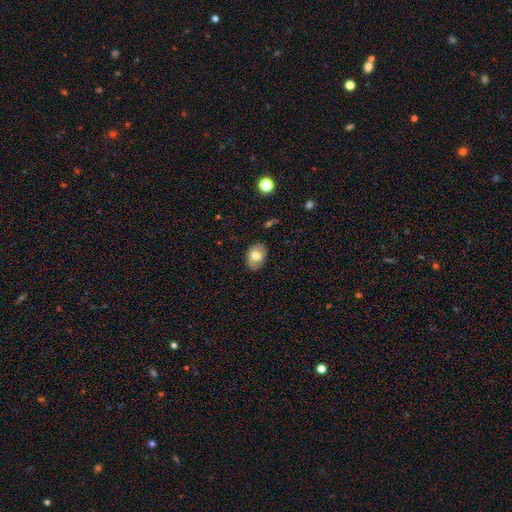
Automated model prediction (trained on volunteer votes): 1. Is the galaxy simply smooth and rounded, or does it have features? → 72% smooth, 21% featured or disk, 8% star or artifact.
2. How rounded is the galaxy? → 82% in between, 17% round, 1% cigar-shaped.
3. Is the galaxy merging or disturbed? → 79% none, 16% minor disturbance, 3% major disturbance, 1% merger.